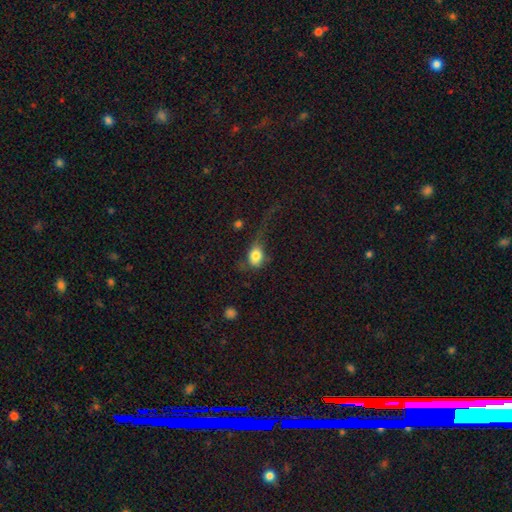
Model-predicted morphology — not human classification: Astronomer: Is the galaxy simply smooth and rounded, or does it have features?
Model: smooth — 77%.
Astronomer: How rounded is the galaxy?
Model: in between — 66%.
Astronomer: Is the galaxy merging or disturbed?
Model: major disturbance — 47% (runner-up: none, 27%).